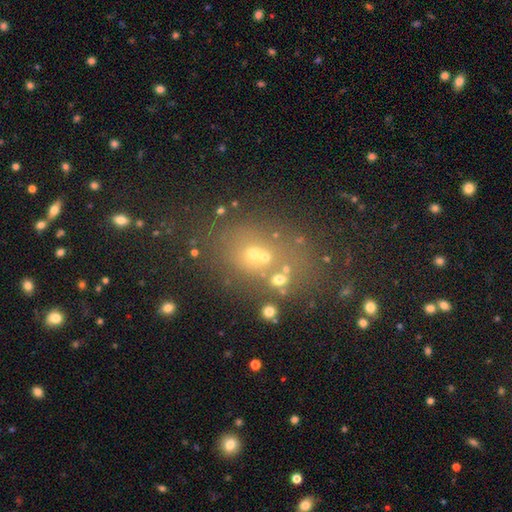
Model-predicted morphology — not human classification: Smooth or featured? smooth (42%)
Merging? none (54%)